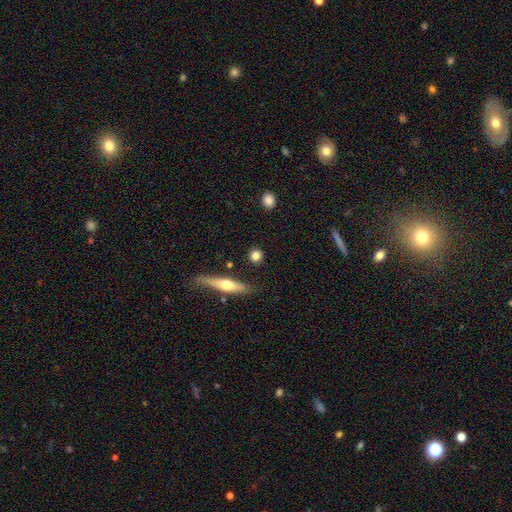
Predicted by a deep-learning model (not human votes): A smooth galaxy with no disk features (80%) that is round (82%).

Vote fractions:
- Smooth or featured? smooth: 80% / featured or disk: 12% / star or artifact: 8%
- How rounded? round: 82% / in between: 12% / cigar-shaped: 6%
- Merging? none: 86% / minor disturbance: 8% / merger: 3% / major disturbance: 3%